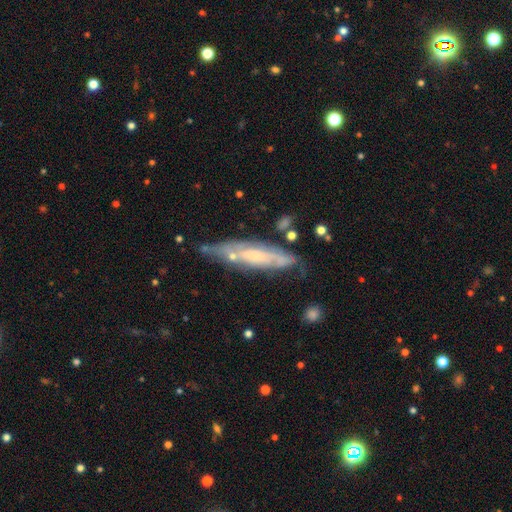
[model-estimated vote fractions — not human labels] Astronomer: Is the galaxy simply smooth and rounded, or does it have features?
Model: featured or disk — 62%.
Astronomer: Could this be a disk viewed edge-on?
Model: yes — 50%, tied with no at 50%.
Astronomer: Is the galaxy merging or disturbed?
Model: none — 60%.